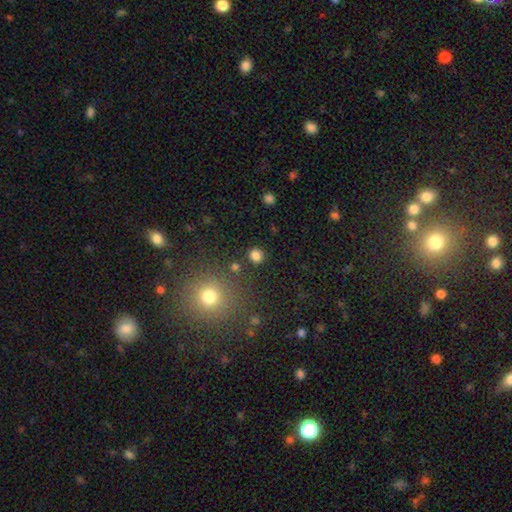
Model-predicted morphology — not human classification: Overall: smooth (81%). How rounded: round (90%). Merging: none (88%).